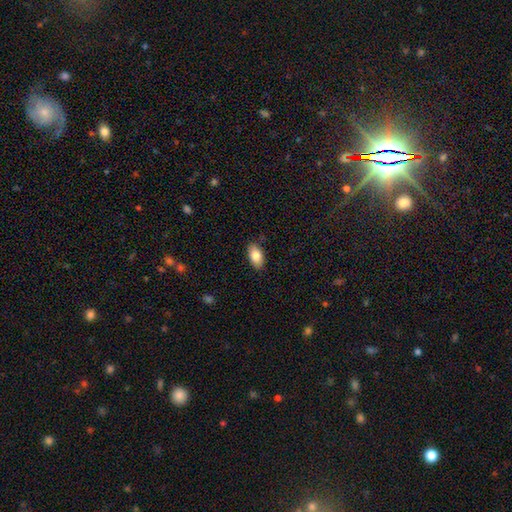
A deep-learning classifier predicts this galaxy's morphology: Smooth or featured?
  - smooth: 82% *
  - featured or disk: 11%
  - star or artifact: 7%
How rounded?
  - in between: 93% *
  - round: 4%
  - cigar-shaped: 3%
Merging?
  - none: 86% *
  - minor disturbance: 11%
  - major disturbance: 2%
  - merger: 1%